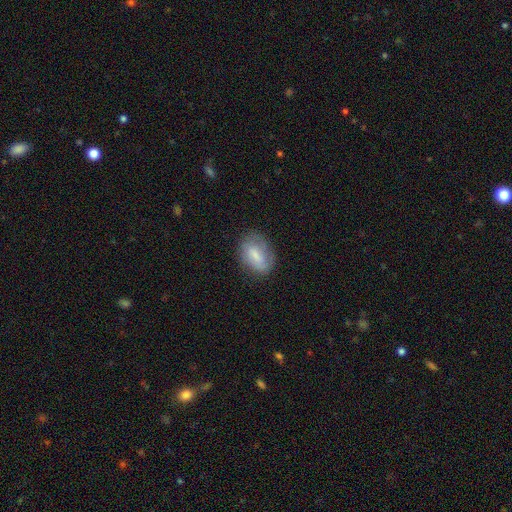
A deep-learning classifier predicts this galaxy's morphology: This appears to be a smooth galaxy with no disk features (64%) that is in between round and cigar-shaped (82%). Merging: none (69%).